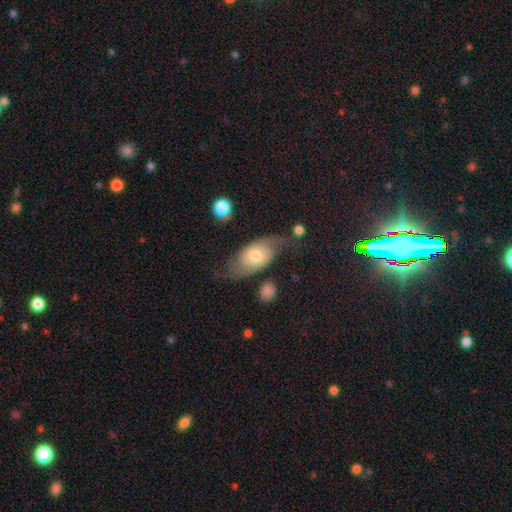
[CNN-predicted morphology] The model was most divided on "spiral winding": loose: 41%, medium: 39%, tight: 20%. More confident: edge-on disk — no (91%); spiral arms — yes (88%); spiral arm count — 2 (88%); bar — no (70%); bulge size — moderate (68%); smooth or featured — featured or disk (67%); merging — none (60%).